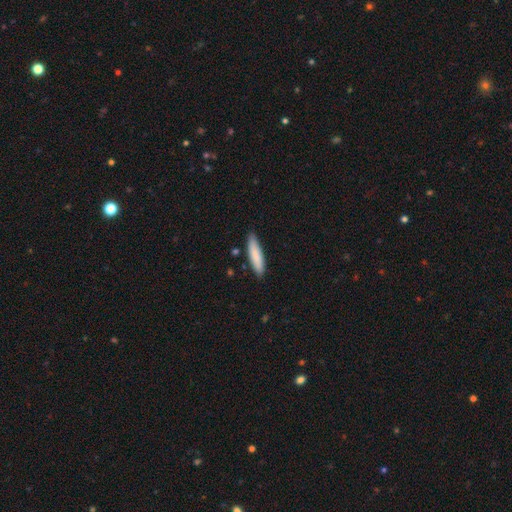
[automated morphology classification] Overall: smooth (84%). How rounded: cigar-shaped (77%). Merging: none (84%).